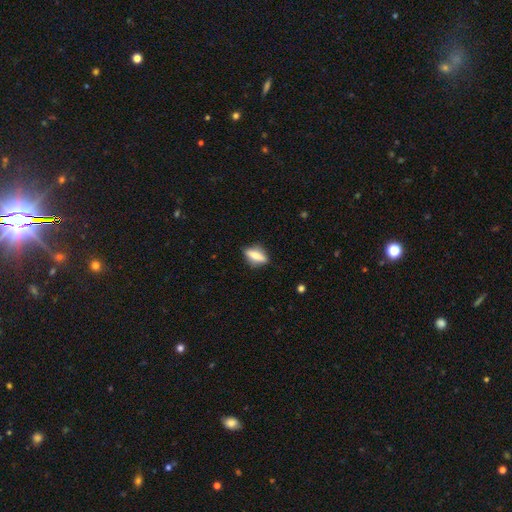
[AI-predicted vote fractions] This appears to be a smooth galaxy with no disk features (59%) that is in between round and cigar-shaped (55%). Merging: none (83%).